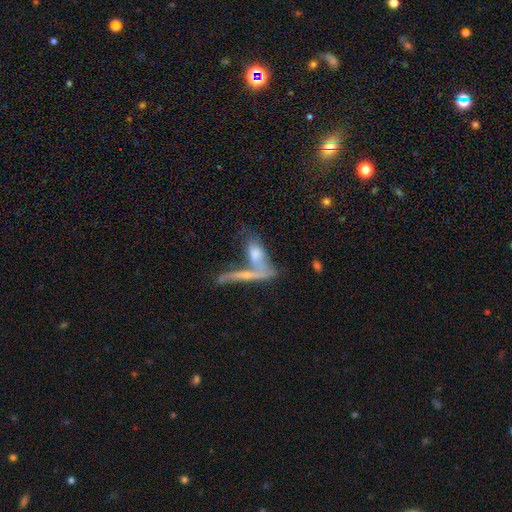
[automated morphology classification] This appears to be a featured or disk galaxy (48%). Merging: merger (50%).